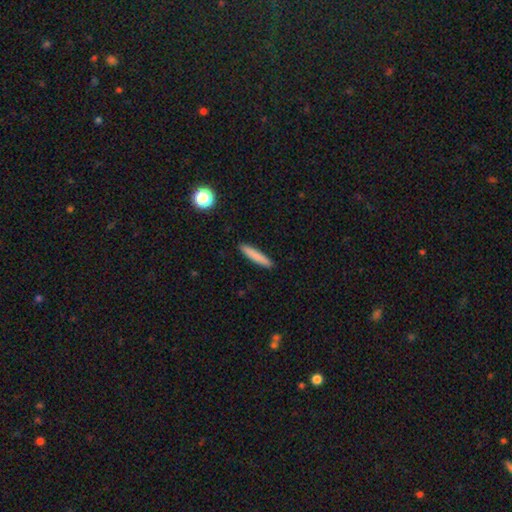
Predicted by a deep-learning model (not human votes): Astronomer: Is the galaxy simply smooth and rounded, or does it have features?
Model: smooth — 81%.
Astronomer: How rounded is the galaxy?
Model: cigar-shaped — 92%.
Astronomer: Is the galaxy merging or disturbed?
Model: none — 91%.